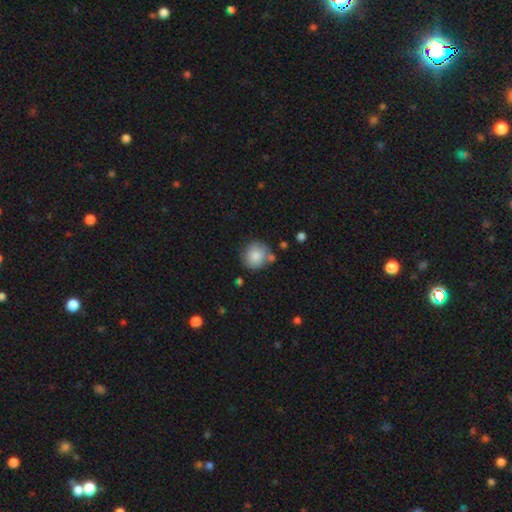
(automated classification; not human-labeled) Overall: smooth (82%). How rounded: round (89%). Merging: none (71%).